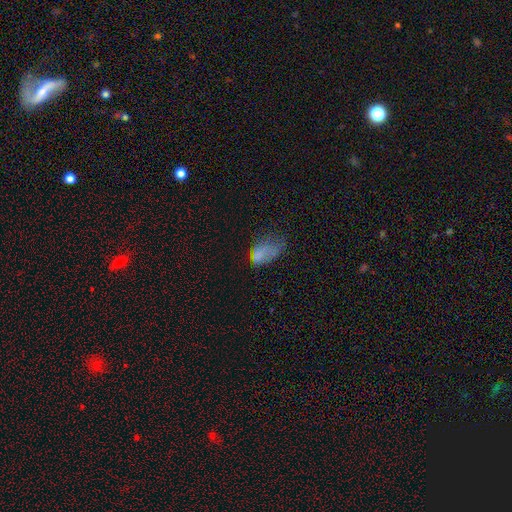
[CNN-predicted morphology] smooth 54%, star or artifact 24%, featured or disk 22%. Down the decision tree: how rounded — in between (81%); merging — none (38%).